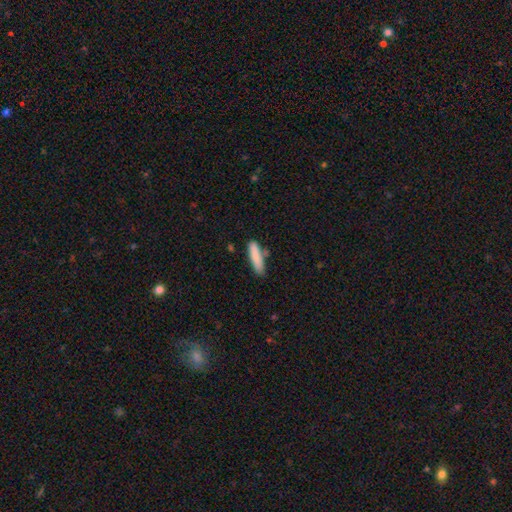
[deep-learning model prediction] Smooth or featured? smooth (84%)
How rounded? cigar-shaped (74%)
Merging? none (70%)